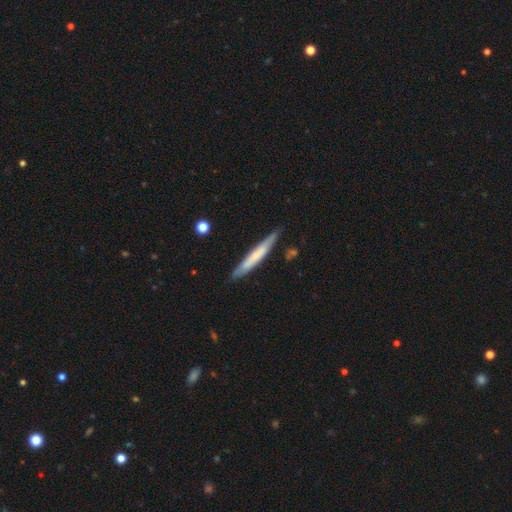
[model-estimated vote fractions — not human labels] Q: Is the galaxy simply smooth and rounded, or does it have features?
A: smooth — 54%.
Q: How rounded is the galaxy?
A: cigar-shaped — 95%.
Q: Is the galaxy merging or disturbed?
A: none — 82%.